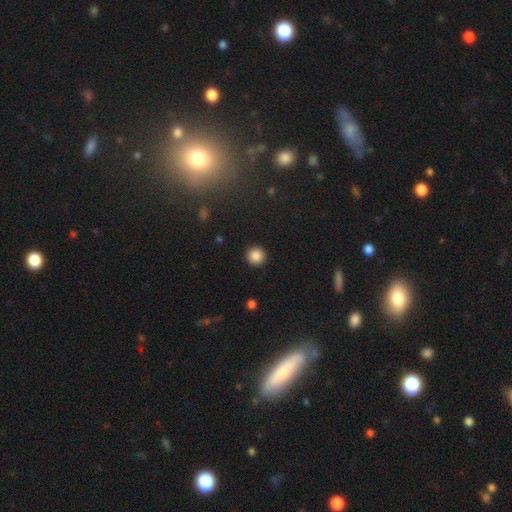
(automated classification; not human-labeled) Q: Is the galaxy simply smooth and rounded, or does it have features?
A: smooth — 87%.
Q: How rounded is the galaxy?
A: round — 96%.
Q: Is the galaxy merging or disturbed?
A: none — 93%.